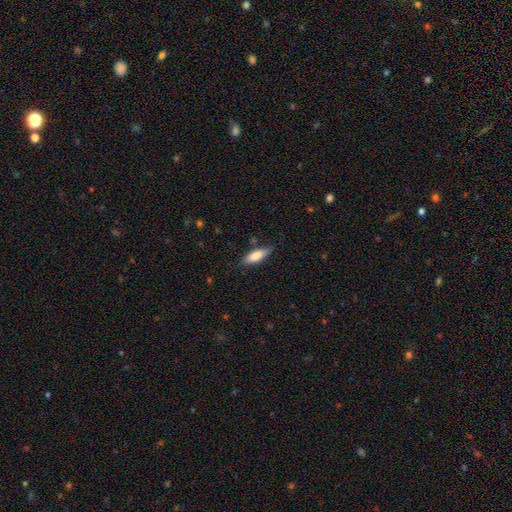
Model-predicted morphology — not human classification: A smooth galaxy with no disk features (78%) that is in between round and cigar-shaped (57%).

Vote fractions:
- Smooth or featured? smooth: 78% / featured or disk: 16% / star or artifact: 6%
- How rounded? in between: 57% / cigar-shaped: 41% / round: 2%
- Merging? none: 76% / minor disturbance: 19% / major disturbance: 3% / merger: 2%